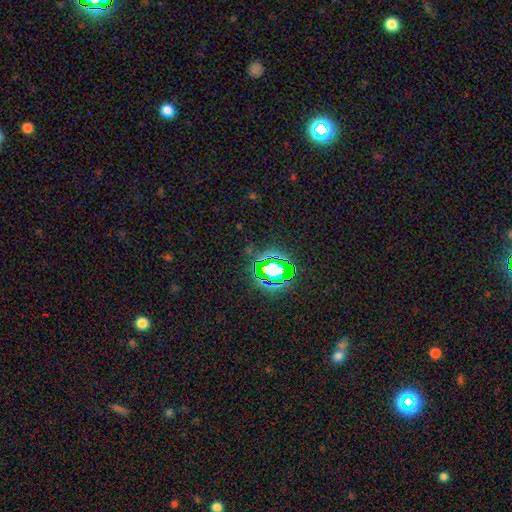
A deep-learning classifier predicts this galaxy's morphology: Q: Smooth or featured?
A: star or artifact (79%); runner-up: smooth (14%)